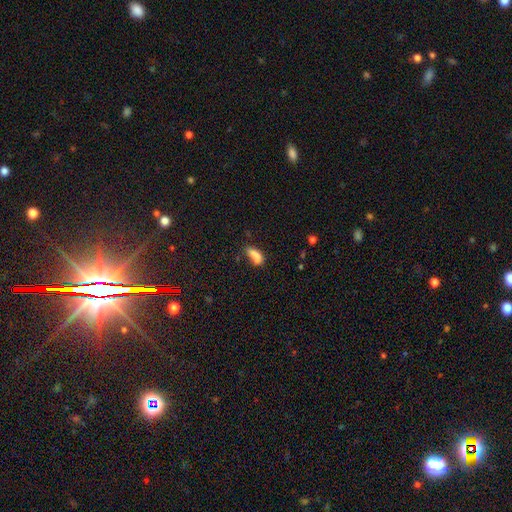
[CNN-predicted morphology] Overall: smooth (77%). How rounded: in between (73%). Merging: none (38%; minor disturbance 26%).